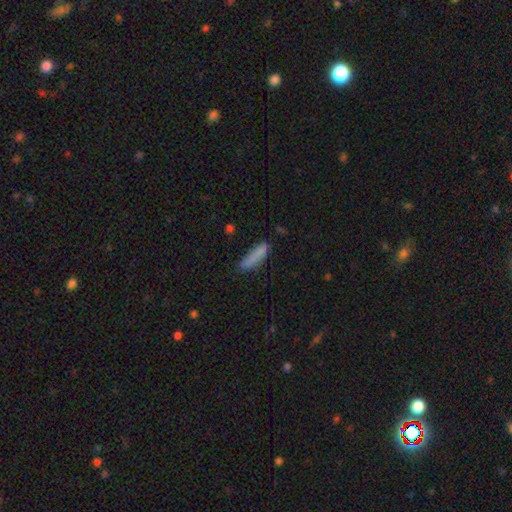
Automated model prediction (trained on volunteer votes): Smooth or featured: smooth — 85% (featured or disk — 8%)
How rounded: cigar-shaped — 79% (in between — 19%)
Merging: none — 77% (minor disturbance — 17%)